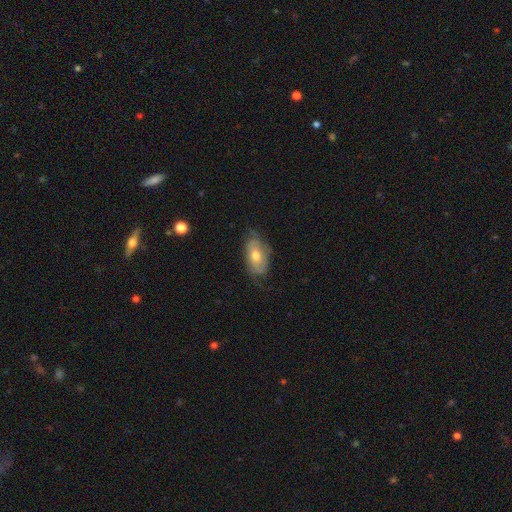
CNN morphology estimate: smooth_or_featured: featured or disk (p=0.48) [alt: smooth p=0.45]
merging: none (p=0.59) [alt: minor disturbance p=0.29]